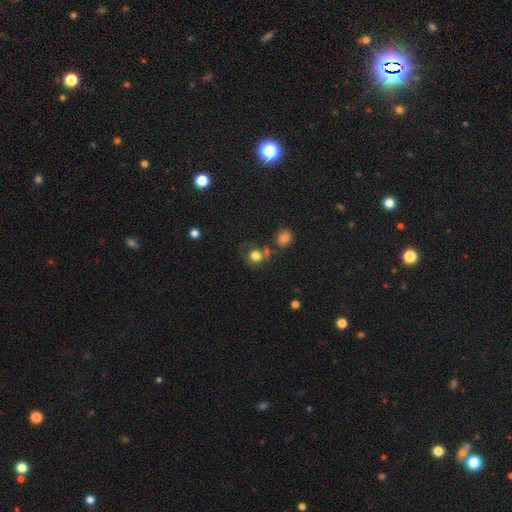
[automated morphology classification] smooth-or-featured: smooth: 76% | star or artifact: 12% | featured or disk: 11%
  how-rounded: round: 81% | in between: 18% | cigar-shaped: 1%
  merging: none: 57% | minor disturbance: 17% | merger: 16% | major disturbance: 10%